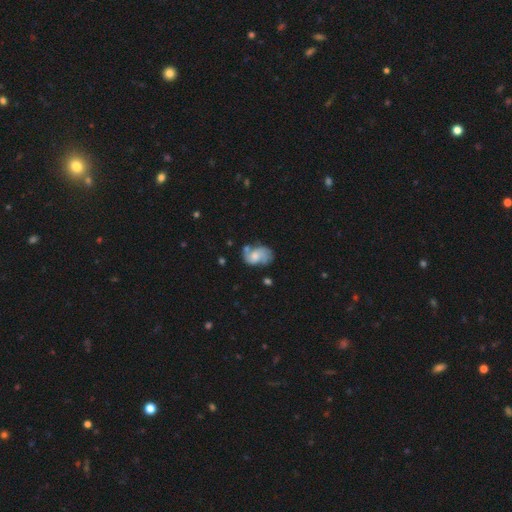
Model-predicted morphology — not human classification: featured or disk 63%, smooth 29%, star or artifact 8%. Down the decision tree: edge-on disk — no (97%); bar — no (66%); spiral arms — yes (86%); spiral arm count — 2 (57%); spiral winding — medium (45%); bulge size — moderate (41%); merging — none (49%).